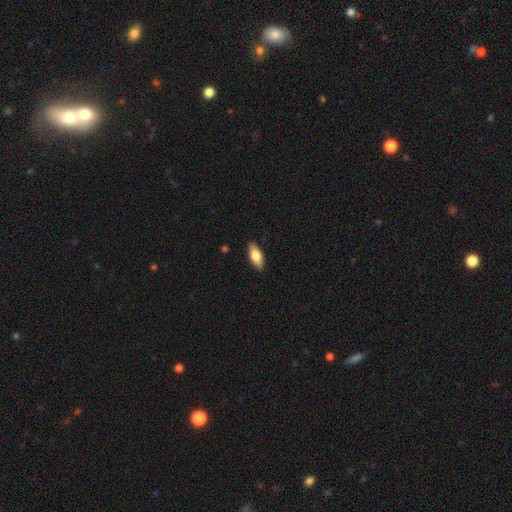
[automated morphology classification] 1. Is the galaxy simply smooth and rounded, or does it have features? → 76% smooth, 17% featured or disk, 6% star or artifact.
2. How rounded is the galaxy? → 83% in between, 14% cigar-shaped, 3% round.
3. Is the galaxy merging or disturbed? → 88% none, 9% minor disturbance, 2% major disturbance, 1% merger.